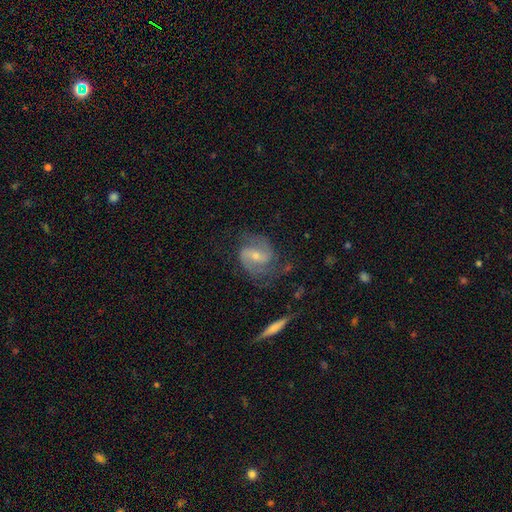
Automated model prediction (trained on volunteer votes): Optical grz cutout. It shows a featured or disk galaxy (85%) with a weak bar (47%), 2 (90%) medium (54%) spiral arms (96%) and a small central bulge (56%). Merging: none (69%).